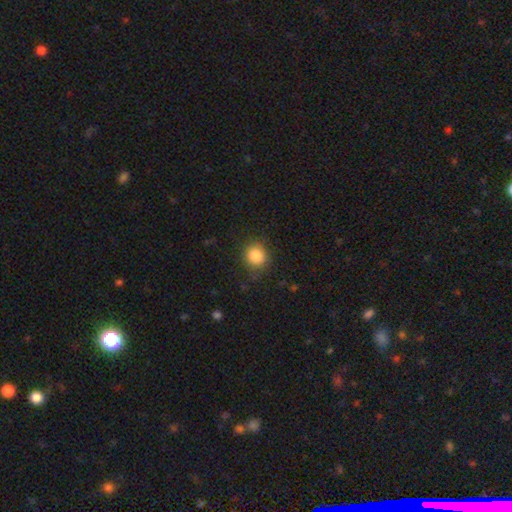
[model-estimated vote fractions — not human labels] Smooth or featured? smooth (86%)
How rounded? round (84%)
Merging? none (84%)